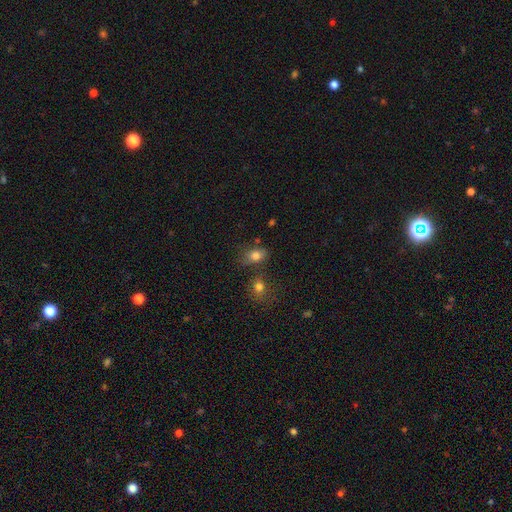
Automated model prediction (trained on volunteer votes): Smooth or featured? Predicted: smooth (p=0.79). How rounded? Predicted: in between (p=0.67). Merging? Predicted: none (p=0.57).